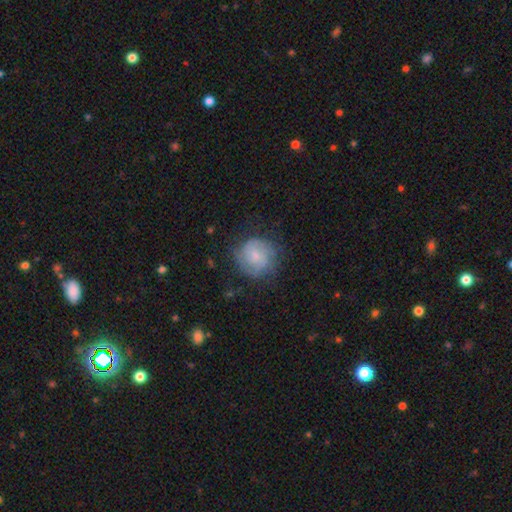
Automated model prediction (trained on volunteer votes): Overall: featured or disk (50%; smooth 42%). Edge-on disk: no (98%). Merging: none (67%).